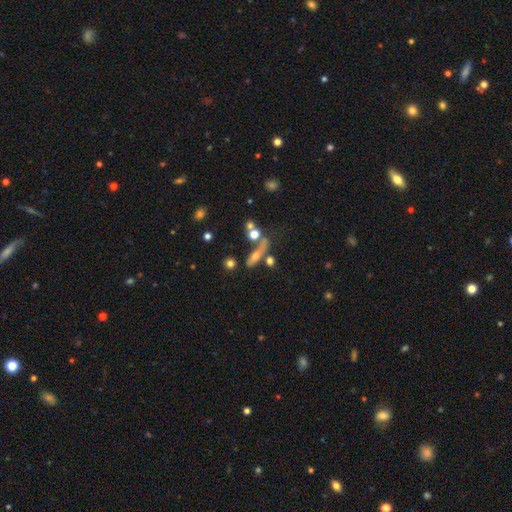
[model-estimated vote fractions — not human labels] smooth 42% (tied), featured or disk 42% (tied), star or artifact 16%. Down the decision tree: merging — none (46%).